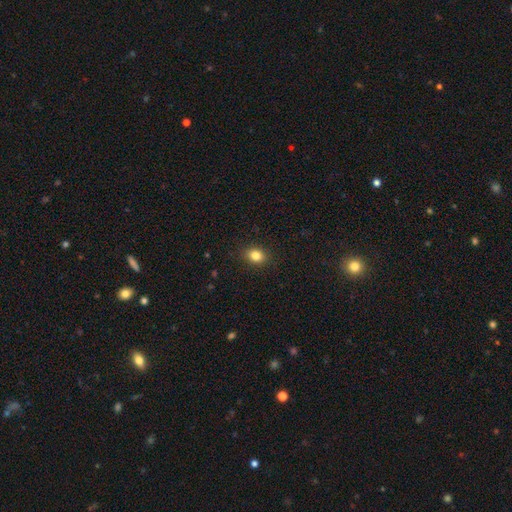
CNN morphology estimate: Smooth or featured? Predicted: smooth (p=0.83). How rounded? Predicted: in between (p=0.52). Merging? Predicted: none (p=0.89).